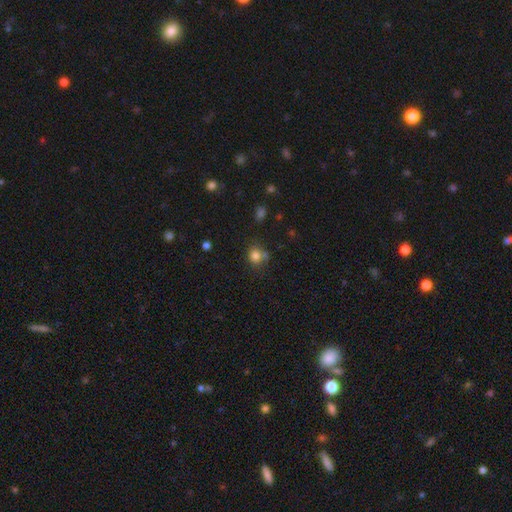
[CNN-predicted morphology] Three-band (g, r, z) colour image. It shows a smooth galaxy with no disk features (80%) that is round (76%). Merging: none (62%).